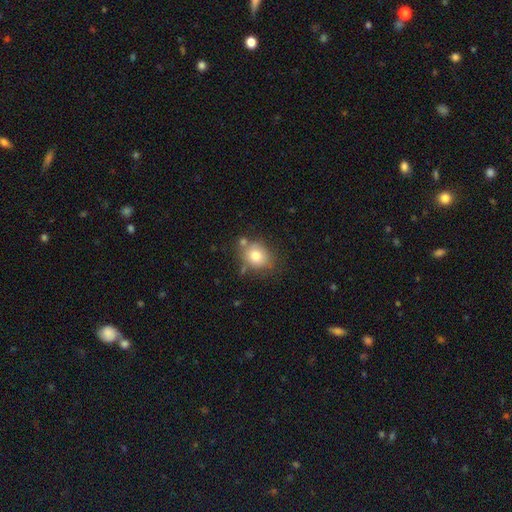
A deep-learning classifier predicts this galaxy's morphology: smooth 78%, featured or disk 12%, star or artifact 9%. Down the decision tree: how rounded — in between (50%); merging — none (66%).